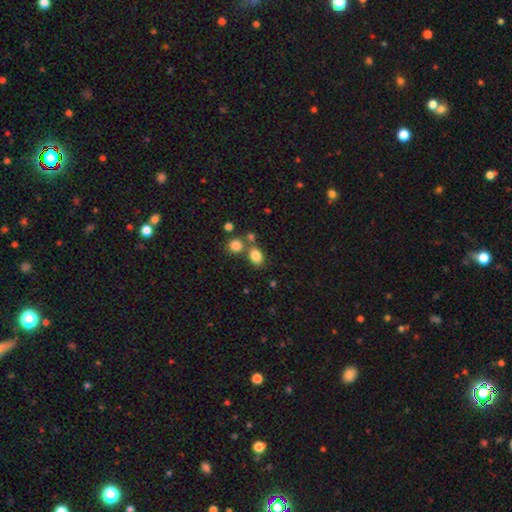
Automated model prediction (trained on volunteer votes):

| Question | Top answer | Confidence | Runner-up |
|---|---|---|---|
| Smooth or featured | smooth | 83% | star or artifact (11%) |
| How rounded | in between | 65% | round (34%) |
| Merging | none | 60% | merger (25%) |